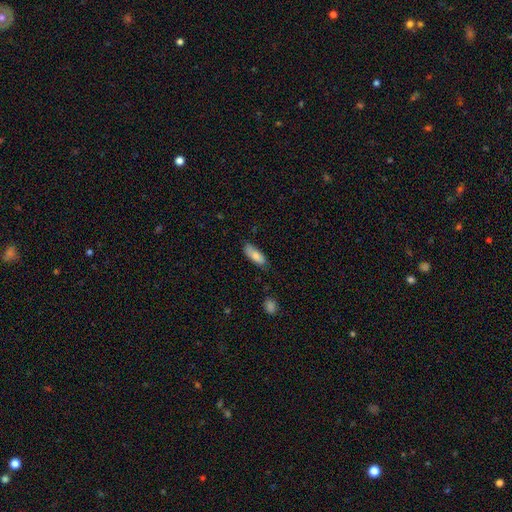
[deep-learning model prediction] This is likely a smooth galaxy (80%). How rounded: likely in between (73%). Merging: likely none (70%).